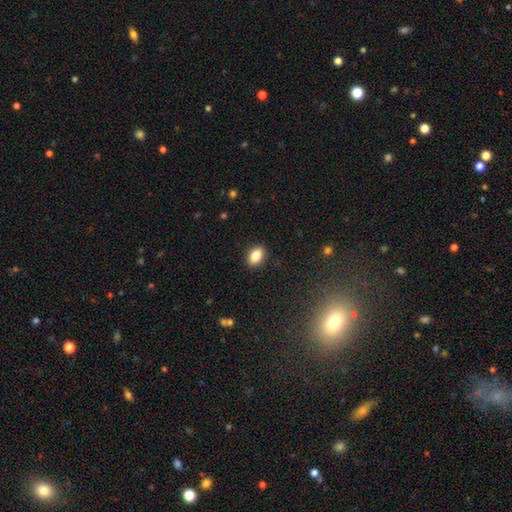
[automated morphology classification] Q: Smooth or featured?
A: smooth (84%); runner-up: star or artifact (9%)
Q: How rounded?
A: in between (79%); runner-up: round (19%)
Q: Merging?
A: none (89%); runner-up: minor disturbance (8%)